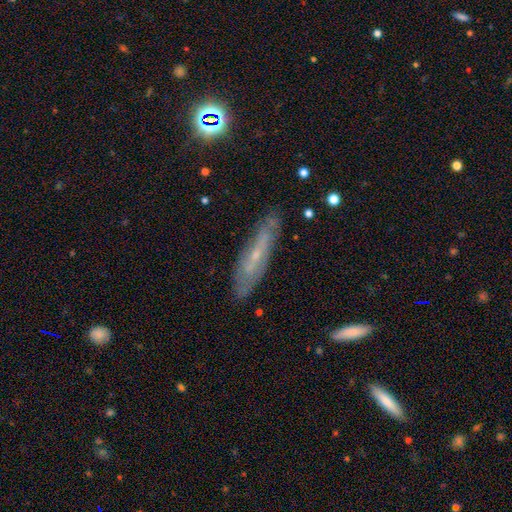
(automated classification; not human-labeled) smooth-or-featured: featured or disk: 63% | smooth: 28% | star or artifact: 9%
  disk-edge-on: no: 55% | yes: 45%
  merging: none: 78% | minor disturbance: 17% | major disturbance: 4% | merger: 2%